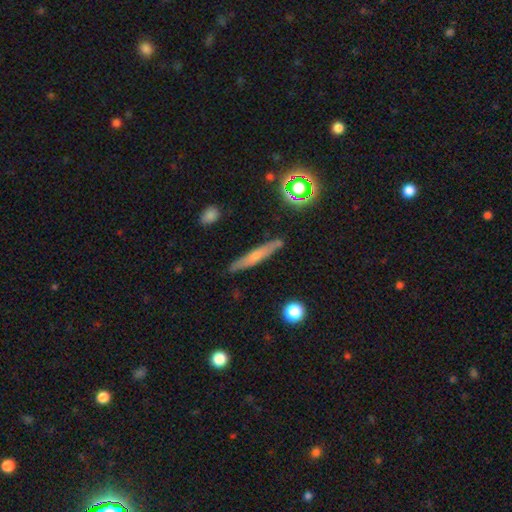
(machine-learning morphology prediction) Smooth or featured? smooth (49%)
Merging? none (86%)